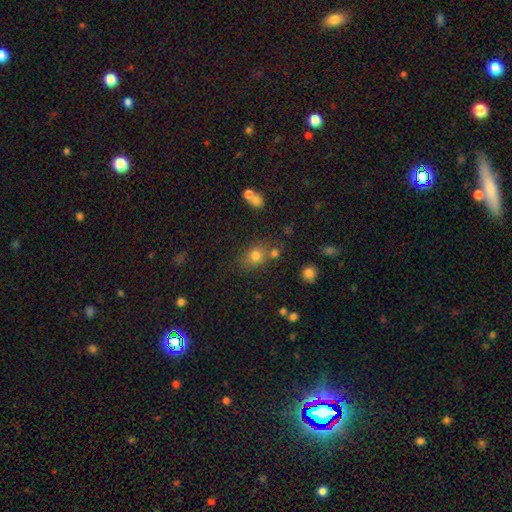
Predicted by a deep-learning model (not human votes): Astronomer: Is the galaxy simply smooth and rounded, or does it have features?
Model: smooth — 76%.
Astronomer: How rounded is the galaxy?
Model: round — 52% (runner-up: in between, 46%).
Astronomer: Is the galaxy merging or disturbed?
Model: none — 65%.